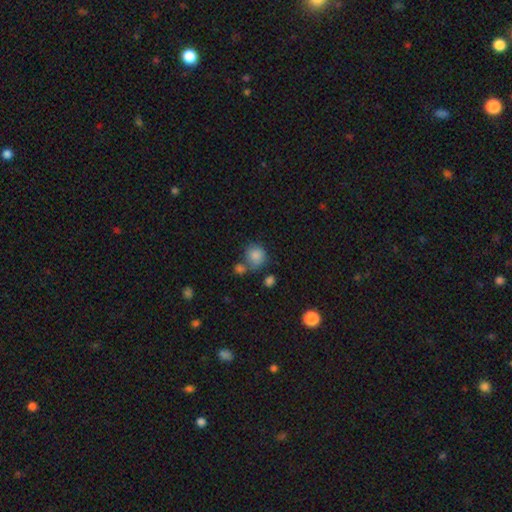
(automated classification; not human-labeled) Smooth or featured?
  - smooth: 85% *
  - star or artifact: 9%
  - featured or disk: 6%
How rounded?
  - round: 80% *
  - in between: 19%
  - cigar-shaped: 1%
Merging?
  - none: 53% *
  - merger: 23%
  - minor disturbance: 17%
  - major disturbance: 7%